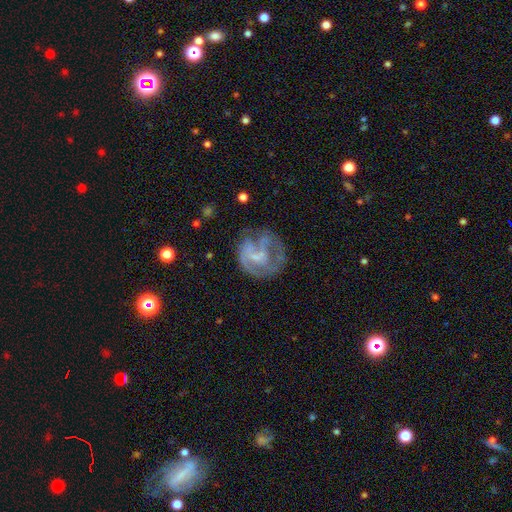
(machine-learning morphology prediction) The model was most divided on "bulge size": none: 41%, small: 38%, moderate: 17%, large: 2%, dominant: 1%. Remaining: edge-on disk — no (98%); smooth or featured — featured or disk (67%); spiral arms — yes (59%); bar — no (58%); merging — none (46%).